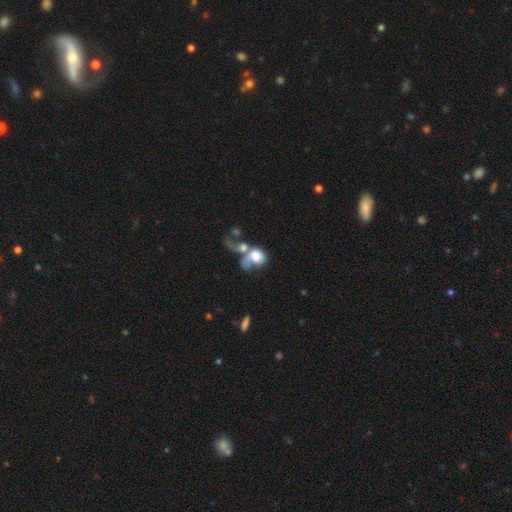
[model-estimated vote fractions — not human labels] This appears to be a smooth galaxy with no disk features (55%) that is in between round and cigar-shaped (55%). Merging: merger (60%).